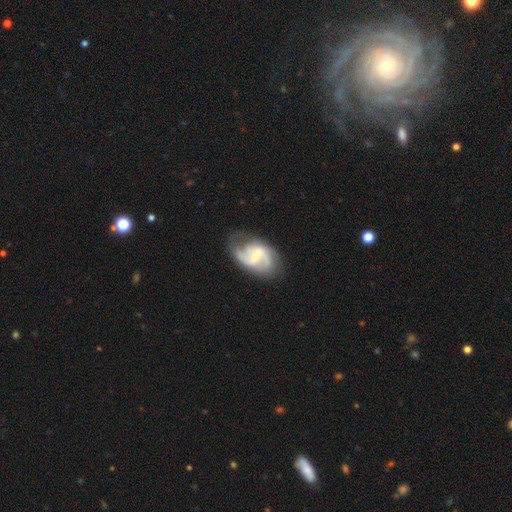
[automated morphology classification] Overall: featured or disk (77%). Edge-on disk: no (97%). Bar: weak (54%; no 24%). Spiral arms: yes (89%). Spiral arm count: 2 (66%). Spiral winding: medium (43%; loose 40%). Bulge size: small (50%; moderate 26%). Merging: none (55%; minor disturbance 25%).